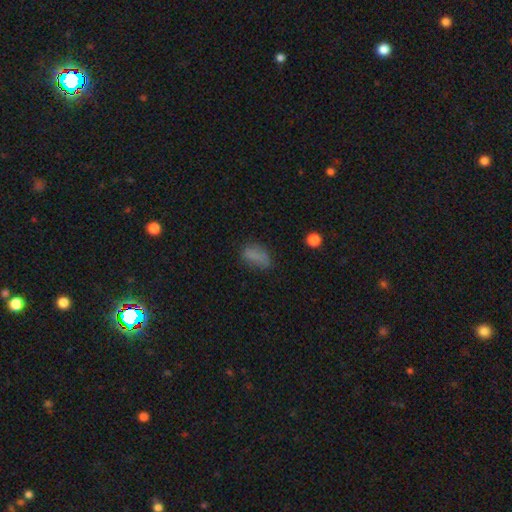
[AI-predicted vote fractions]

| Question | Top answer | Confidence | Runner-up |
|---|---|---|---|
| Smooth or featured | smooth | 76% | star or artifact (14%) |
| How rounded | in between | 86% | round (8%) |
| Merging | none | 62% | minor disturbance (24%) |